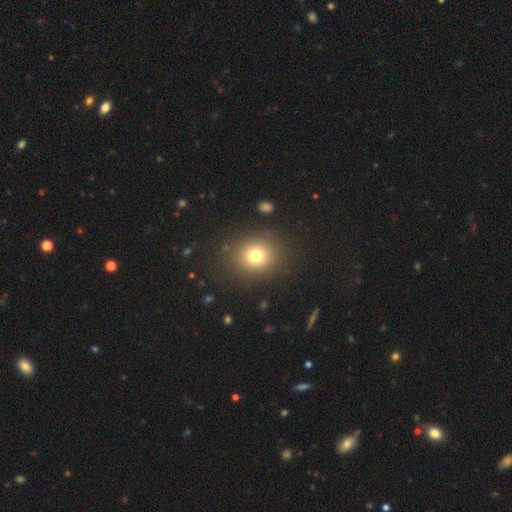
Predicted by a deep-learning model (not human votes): This is likely a smooth galaxy (76%). How rounded: likely round (79%). Merging: clearly none (85%).